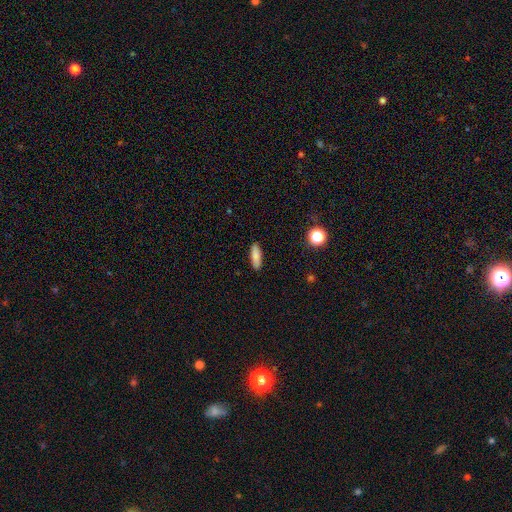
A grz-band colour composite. It shows a smooth galaxy with no disk features (84%) that is cigar-shaped (71%). Merging: none (94%).